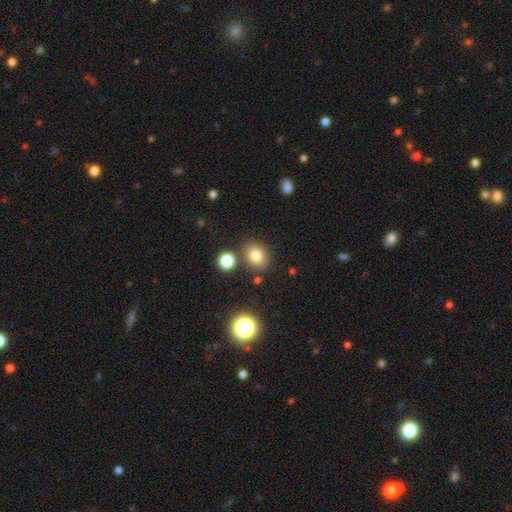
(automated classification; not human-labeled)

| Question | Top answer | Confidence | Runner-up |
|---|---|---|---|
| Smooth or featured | smooth | 79% | star or artifact (14%) |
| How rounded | round | 61% | in between (38%) |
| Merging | none | 79% | minor disturbance (10%) |